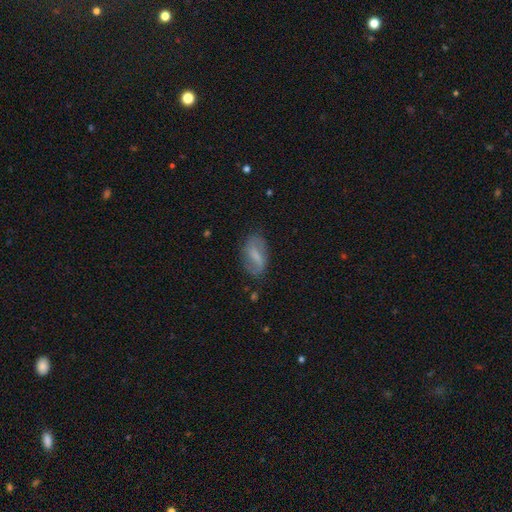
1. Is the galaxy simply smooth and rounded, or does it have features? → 61% featured or disk, 33% smooth, 6% star or artifact.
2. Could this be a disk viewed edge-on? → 100% no, 0% yes.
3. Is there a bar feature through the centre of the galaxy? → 68% weak, 23% strong, 9% no.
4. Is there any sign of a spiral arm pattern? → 91% yes, 9% no.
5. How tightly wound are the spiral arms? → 55% loose, 35% medium, 10% tight.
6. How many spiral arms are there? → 80% 2, 10% 1, 10% can't tell, 0% 3, 0% 4, 0% more than 4.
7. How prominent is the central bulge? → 50% small, 27% none, 18% moderate, 5% dominant, 0% large.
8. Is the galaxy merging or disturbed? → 82% none, 15% minor disturbance, 3% major disturbance, 0% merger.